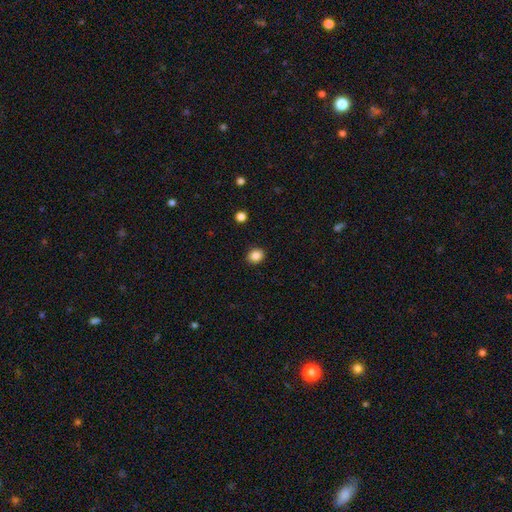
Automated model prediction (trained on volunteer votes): The model was most divided on "how rounded": round: 66%, in between: 33%, cigar-shaped: 1%. More confident: merging — none (91%); smooth or featured — smooth (86%).